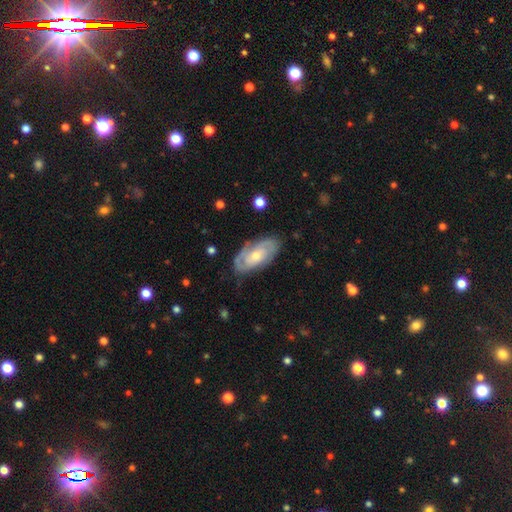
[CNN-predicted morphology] Q: Smooth or featured?
A: featured or disk (71%); runner-up: smooth (24%)
Q: Edge-on disk?
A: no (93%); runner-up: yes (7%)
Q: Bar?
A: no (71%); runner-up: weak (25%)
Q: Spiral arms?
A: yes (87%); runner-up: no (13%)
Q: Spiral winding?
A: tight (58%); runner-up: medium (32%)
Q: Spiral arm count?
A: 2 (45%); runner-up: can't tell (34%)
Q: Bulge size?
A: moderate (50%); runner-up: small (44%)
Q: Merging?
A: none (75%); runner-up: minor disturbance (18%)